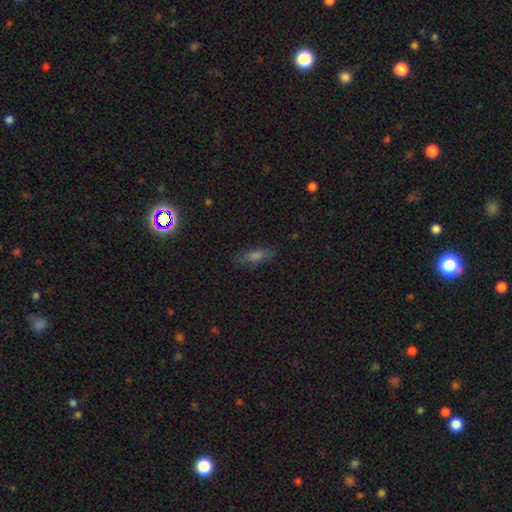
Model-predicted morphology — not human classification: Smooth or featured? smooth (58%)
How rounded? in between (53%)
Merging? none (80%)